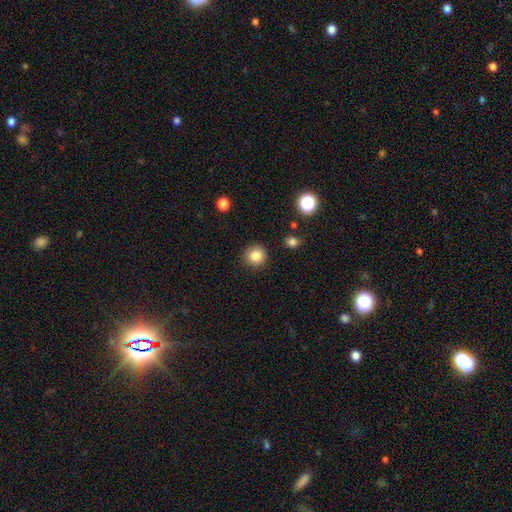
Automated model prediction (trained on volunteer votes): A smooth galaxy with no disk features (85%) that is round (93%). Merging: none (90%).